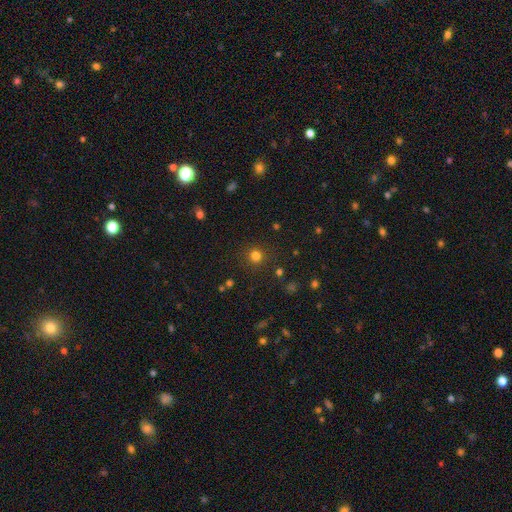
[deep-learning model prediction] Smooth or featured? Predicted: smooth (p=0.78). How rounded? Predicted: round (p=0.93). Merging? Predicted: none (p=0.89).